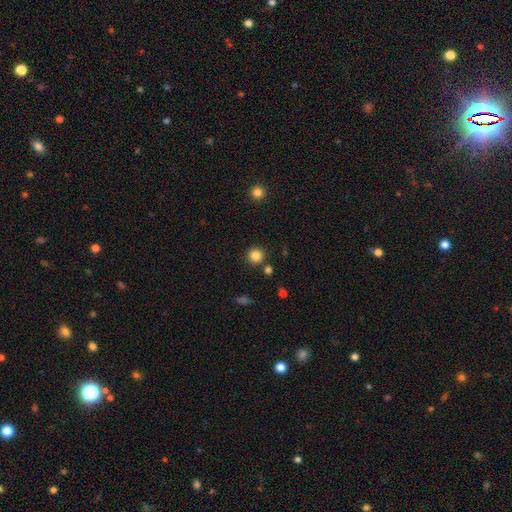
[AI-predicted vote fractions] A smooth galaxy with no disk features (84%) that is round (94%).

Vote fractions:
- Smooth or featured? smooth: 84% / star or artifact: 11% / featured or disk: 4%
- How rounded? round: 94% / in between: 5% / cigar-shaped: 1%
- Merging? none: 86% / minor disturbance: 6% / merger: 5% / major disturbance: 2%